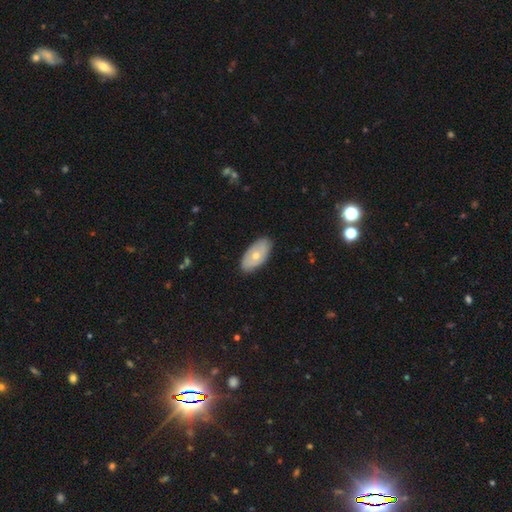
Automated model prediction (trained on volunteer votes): smooth 55%, featured or disk 39%, star or artifact 6%. Down the decision tree: how rounded — in between (93%); merging — none (84%).